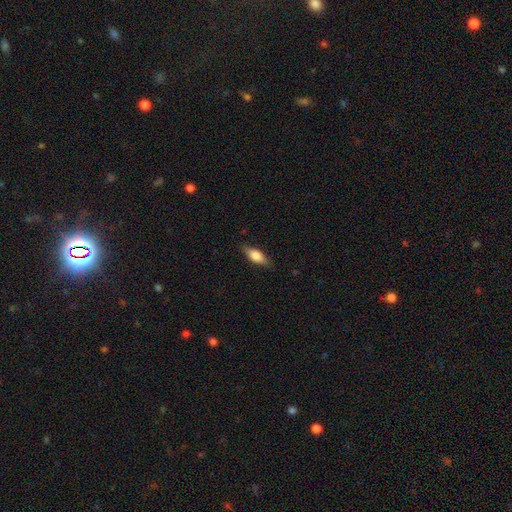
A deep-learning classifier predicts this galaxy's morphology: This appears to be a smooth galaxy with no disk features (67%) that is in between round and cigar-shaped (69%). Merging: none (82%).